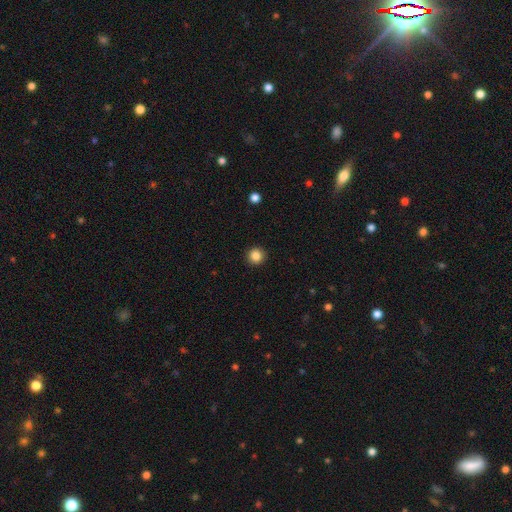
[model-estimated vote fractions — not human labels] Smooth or featured?
  - smooth: 86% *
  - star or artifact: 11%
  - featured or disk: 4%
How rounded?
  - round: 95% *
  - in between: 4%
  - cigar-shaped: 1%
Merging?
  - none: 93% *
  - minor disturbance: 4%
  - major disturbance: 2%
  - merger: 1%